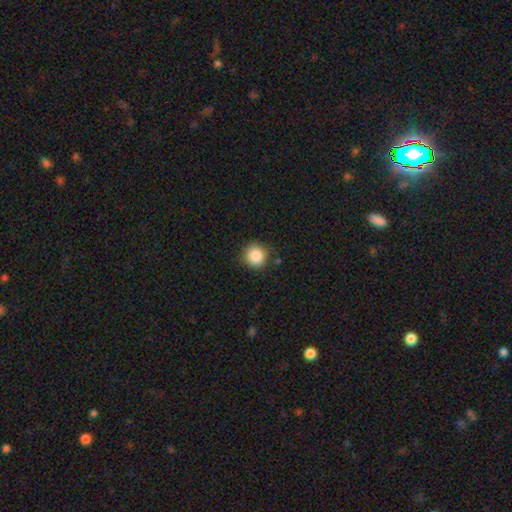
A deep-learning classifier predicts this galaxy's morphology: smooth 87%, star or artifact 9%, featured or disk 4%. Down the decision tree: how rounded — round (92%); merging — none (83%).